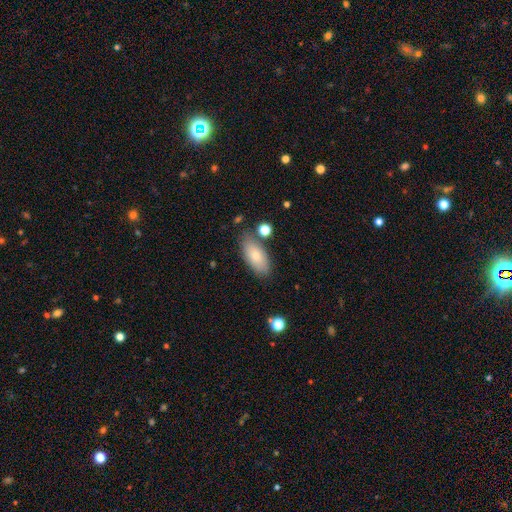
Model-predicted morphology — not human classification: The model was most divided on "smooth or featured": smooth: 77%, featured or disk: 16%, star or artifact: 7%. More confident: how rounded — in between (89%); merging — none (77%).